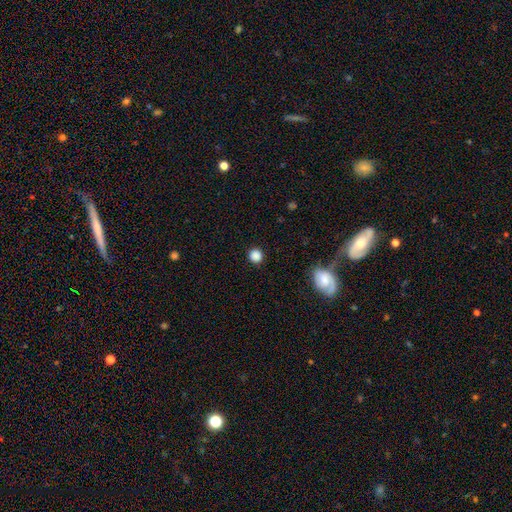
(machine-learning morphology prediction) This appears to be a smooth galaxy with no disk features (86%) that is round (92%). Merging: none (90%).